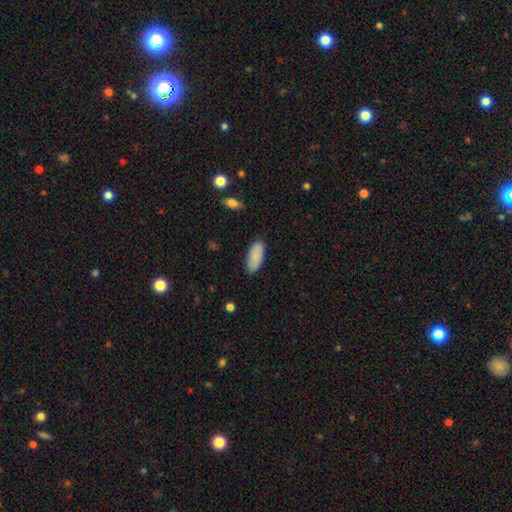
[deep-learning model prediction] Smooth or featured? Predicted: smooth (p=0.89). How rounded? Predicted: in between (p=0.85). Merging? Predicted: none (p=0.85).